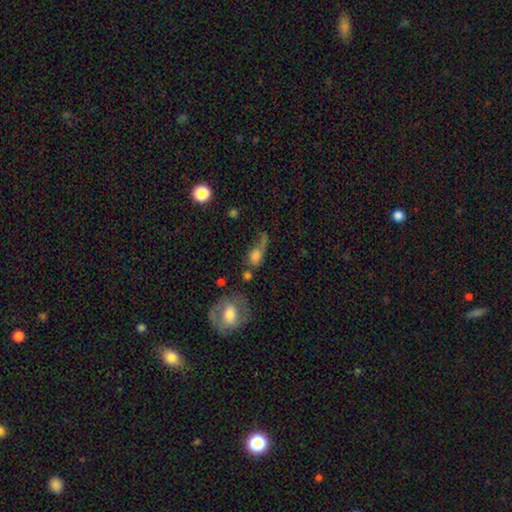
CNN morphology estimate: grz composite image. It shows a smooth galaxy with no disk features (63%) that is in between round and cigar-shaped (52%). Merging: major disturbance (32%).